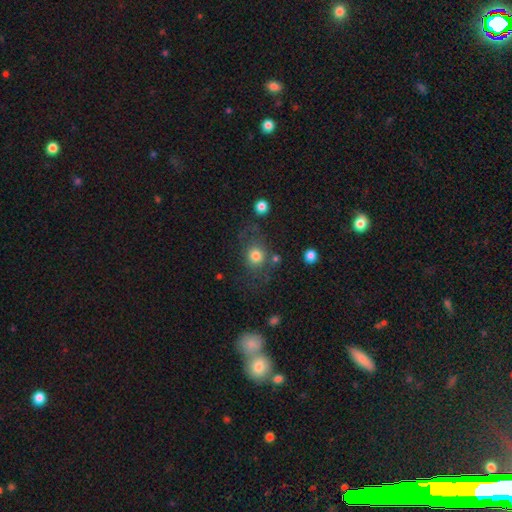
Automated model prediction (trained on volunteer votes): Smooth or featured? smooth (76%)
How rounded? round (71%)
Merging? none (64%)